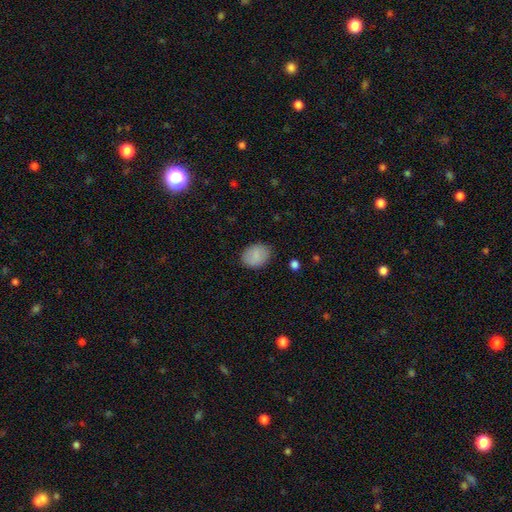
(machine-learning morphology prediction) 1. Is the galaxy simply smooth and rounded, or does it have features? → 85% smooth, 7% featured or disk, 7% star or artifact.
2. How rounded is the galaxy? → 63% in between, 36% round, 1% cigar-shaped.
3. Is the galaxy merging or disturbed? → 83% none, 13% minor disturbance, 3% major disturbance, 1% merger.